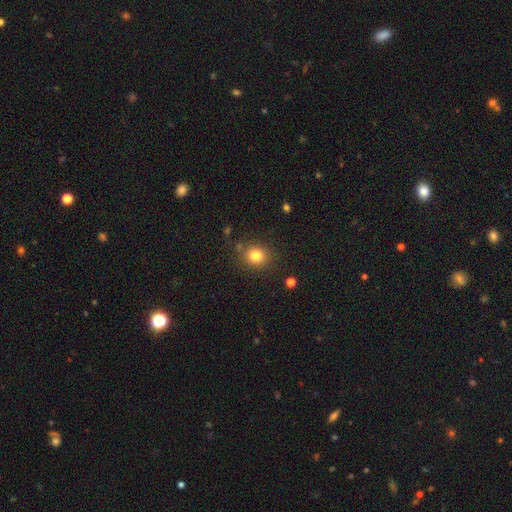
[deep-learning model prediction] A smooth galaxy with no disk features (81%) that is round (77%). Merging: none (82%).